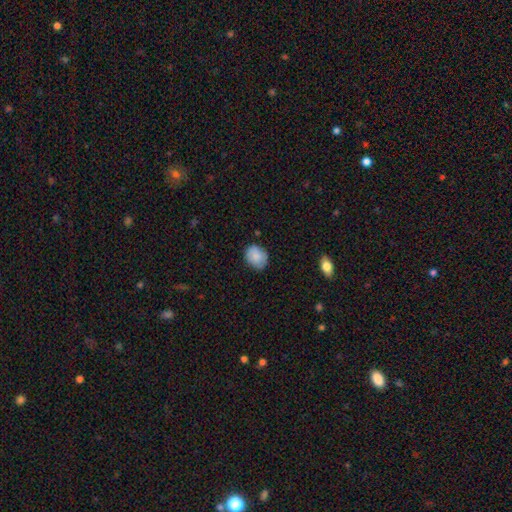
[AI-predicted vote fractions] Q: Smooth or featured?
A: smooth (85%); runner-up: featured or disk (8%)
Q: How rounded?
A: round (55%); runner-up: in between (44%)
Q: Merging?
A: none (76%); runner-up: minor disturbance (19%)